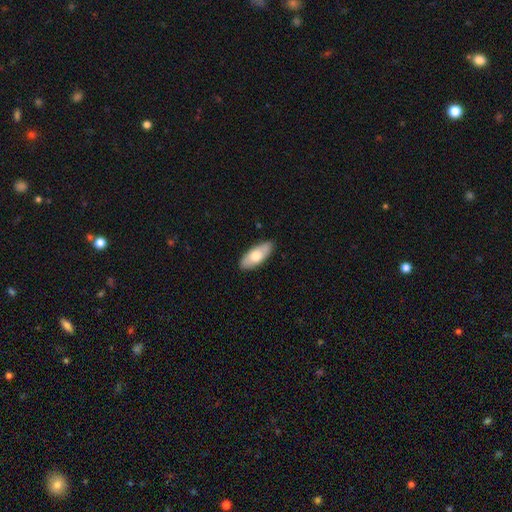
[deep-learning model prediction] smooth-or-featured: smooth: 68% | featured or disk: 26% | star or artifact: 5%
  how-rounded: in between: 85% | cigar-shaped: 12% | round: 2%
  merging: none: 87% | minor disturbance: 10% | major disturbance: 2% | merger: 1%